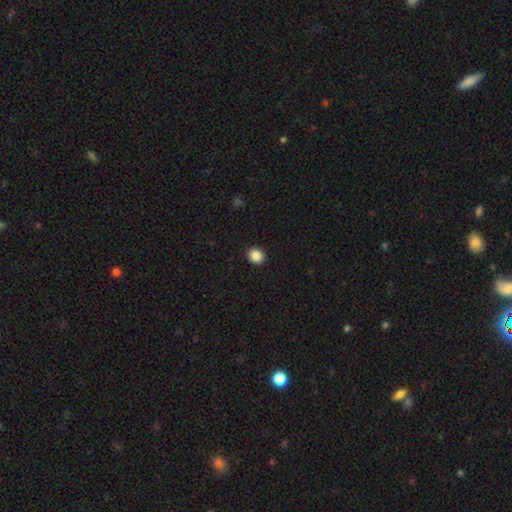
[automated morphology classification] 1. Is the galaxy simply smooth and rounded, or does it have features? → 88% smooth, 9% star or artifact, 3% featured or disk.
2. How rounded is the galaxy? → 81% round, 18% in between, 1% cigar-shaped.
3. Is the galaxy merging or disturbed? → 93% none, 5% minor disturbance, 2% major disturbance, 1% merger.